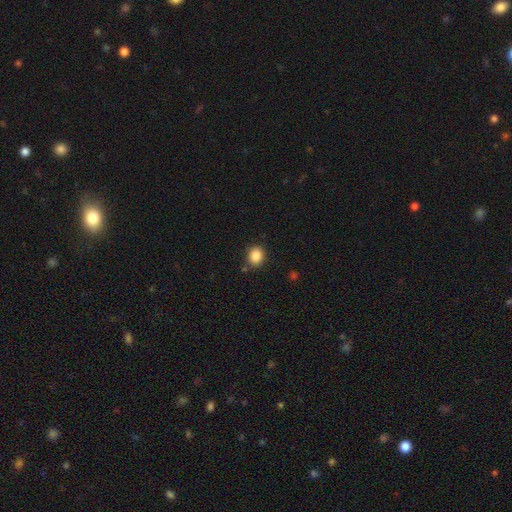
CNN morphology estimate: Smooth or featured?
  - smooth: 87% *
  - star or artifact: 9%
  - featured or disk: 4%
How rounded?
  - round: 58% *
  - in between: 41%
  - cigar-shaped: 1%
Merging?
  - none: 82% *
  - minor disturbance: 12%
  - merger: 3%
  - major disturbance: 3%